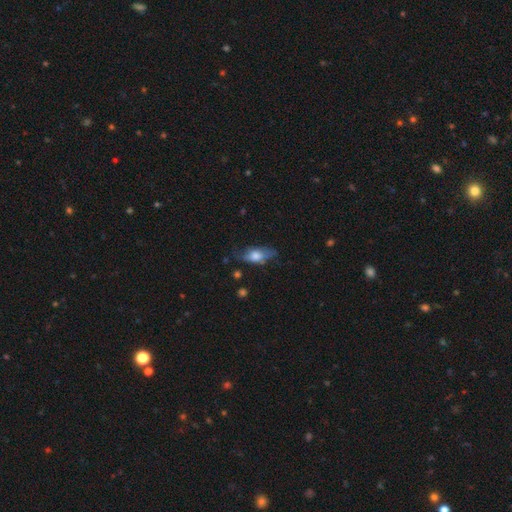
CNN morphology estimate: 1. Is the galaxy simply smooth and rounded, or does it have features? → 60% smooth, 32% featured or disk, 7% star or artifact.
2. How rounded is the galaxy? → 79% in between, 16% cigar-shaped, 5% round.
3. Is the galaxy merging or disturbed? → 56% none, 30% minor disturbance, 11% major disturbance, 2% merger.